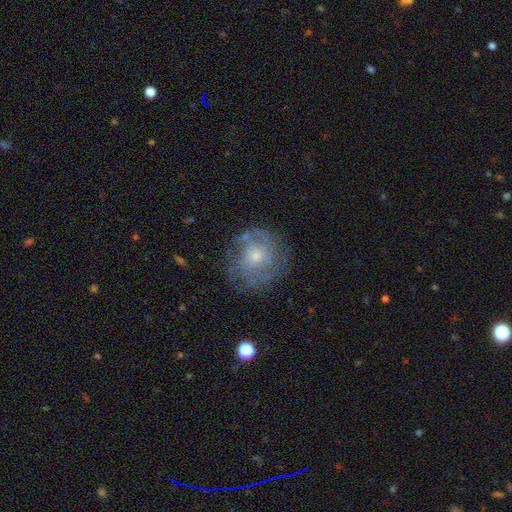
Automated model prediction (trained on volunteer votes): smooth_or_featured: featured or disk (p=0.70) [alt: smooth p=0.20]
disk_edge_on: no (p=0.97) [alt: yes p=0.03]
bar: no (p=0.79) [alt: weak p=0.18]
has_spiral_arms: yes (p=0.82) [alt: no p=0.18]
spiral_winding: tight (p=0.58) [alt: medium p=0.31]
spiral_arm_count: can't tell (p=0.49) [alt: 3 p=0.15]
bulge_size: small (p=0.53) [alt: moderate p=0.41]
merging: none (p=0.75) [alt: minor disturbance p=0.15]